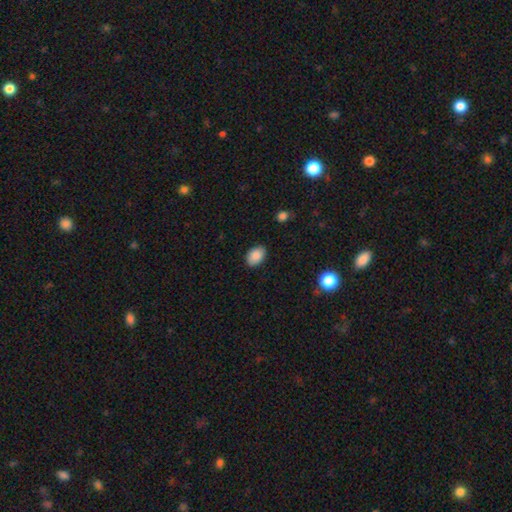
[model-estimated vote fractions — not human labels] Morphology: type=smooth (88%); roundness=in between (85%); merging=none (86%).